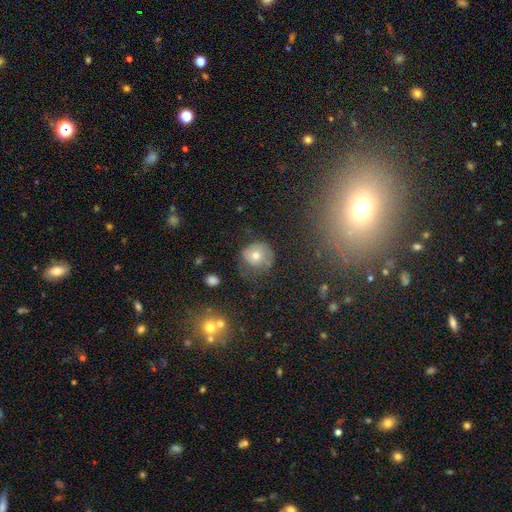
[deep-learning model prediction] Smooth or featured? Predicted: smooth (p=0.61). How rounded? Predicted: round (p=0.80). Merging? Predicted: none (p=0.53).